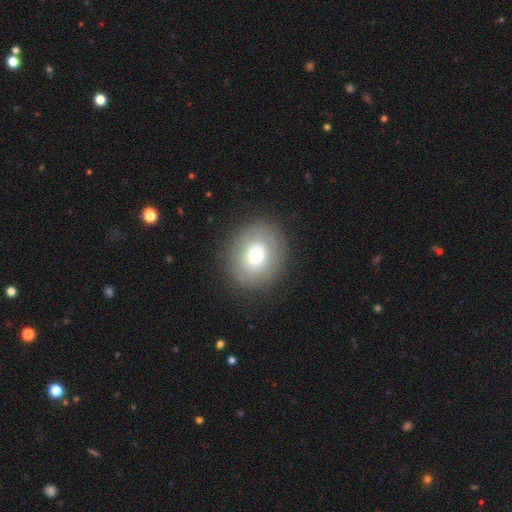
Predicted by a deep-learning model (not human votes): Q: Smooth or featured?
A: smooth (66%); runner-up: featured or disk (24%)
Q: How rounded?
A: round (72%); runner-up: in between (27%)
Q: Merging?
A: none (85%); runner-up: minor disturbance (9%)